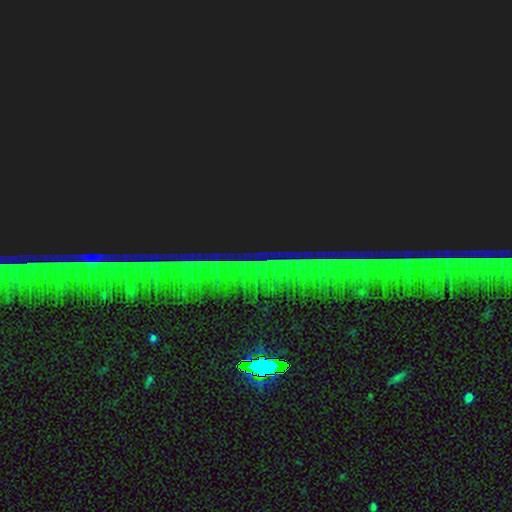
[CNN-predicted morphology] Overall: star or artifact (87%).